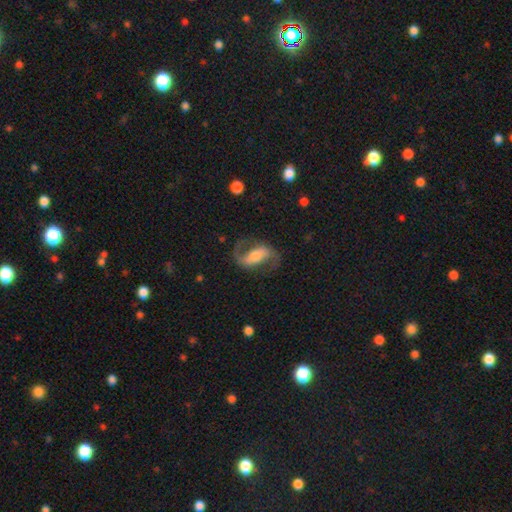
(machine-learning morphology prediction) type=featured or disk (84%); edge-on=no (96%); bar=strong (44%); spiral arms=yes (95%); winding=medium (48%); arm count=2 (92%); bulge=moderate (54%); merging=none (75%).